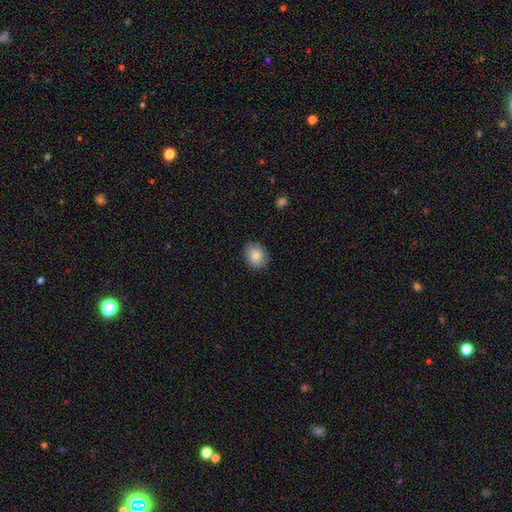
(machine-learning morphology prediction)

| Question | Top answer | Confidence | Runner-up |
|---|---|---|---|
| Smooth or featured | smooth | 86% | star or artifact (8%) |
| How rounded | round | 54% | in between (45%) |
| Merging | none | 85% | minor disturbance (11%) |